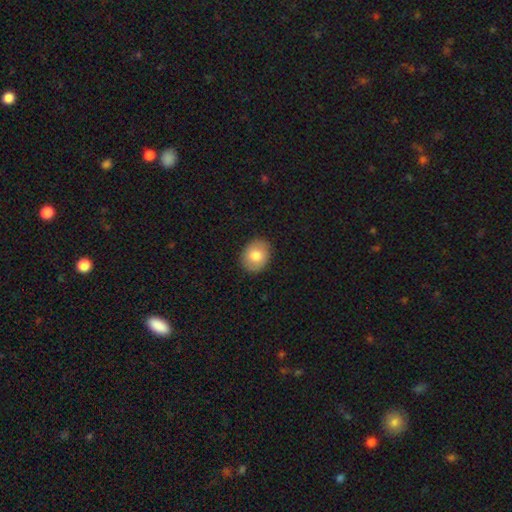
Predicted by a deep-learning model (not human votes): This is likely a smooth galaxy (78%). How rounded: possibly round (52%). Merging: clearly none (89%).